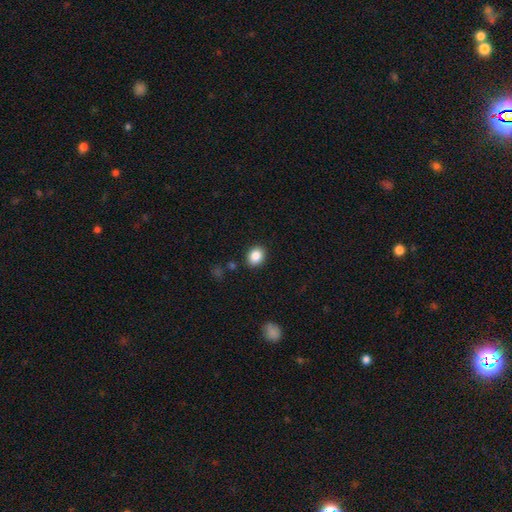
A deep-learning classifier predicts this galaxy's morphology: The model was most divided on "how rounded": in between: 50%, round: 49%, cigar-shaped: 1%. More confident: merging — none (88%); smooth or featured — smooth (86%).